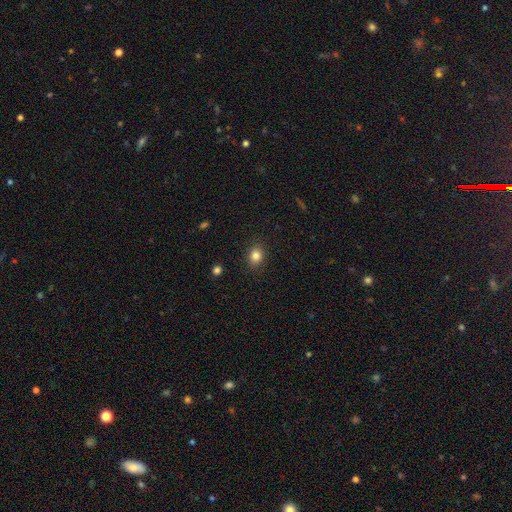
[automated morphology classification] Smooth or featured: smooth — 83% (star or artifact — 11%)
How rounded: round — 57% (in between — 42%)
Merging: none — 89% (minor disturbance — 8%)